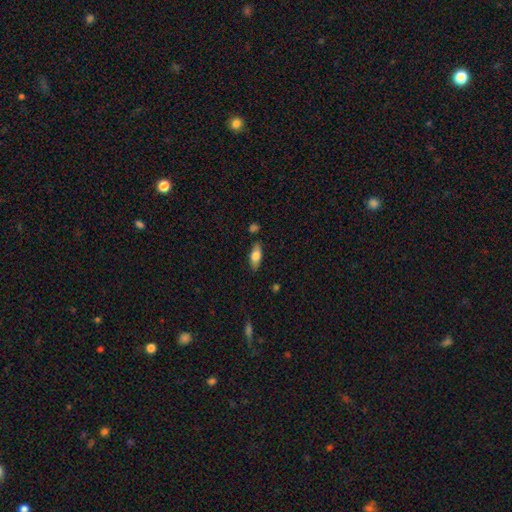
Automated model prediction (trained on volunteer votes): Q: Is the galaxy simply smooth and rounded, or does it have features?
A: smooth — 71%.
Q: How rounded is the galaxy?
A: in between — 74%.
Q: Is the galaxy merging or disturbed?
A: none — 82%.